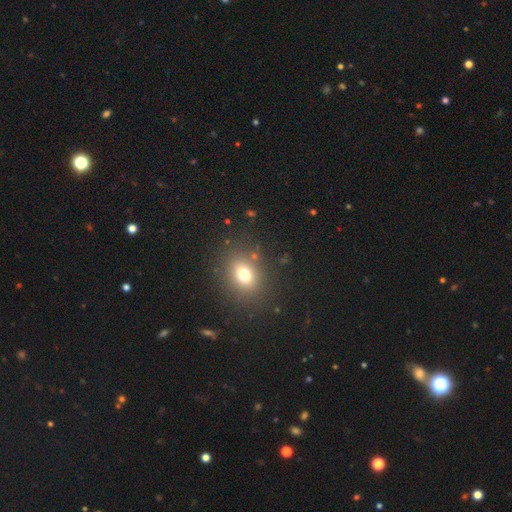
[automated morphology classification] type=smooth (64%); roundness=round (58%); merging=none (88%).